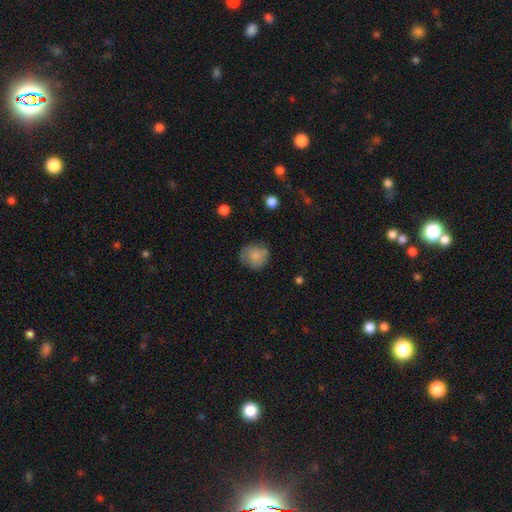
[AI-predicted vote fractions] Smooth or featured? smooth (78%)
How rounded? round (81%)
Merging? none (65%)